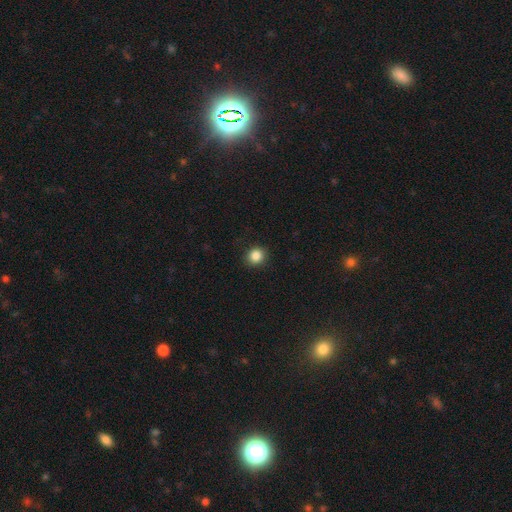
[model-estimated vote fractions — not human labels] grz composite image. It shows a smooth galaxy with no disk features (86%) that is round (85%). Merging: none (90%).